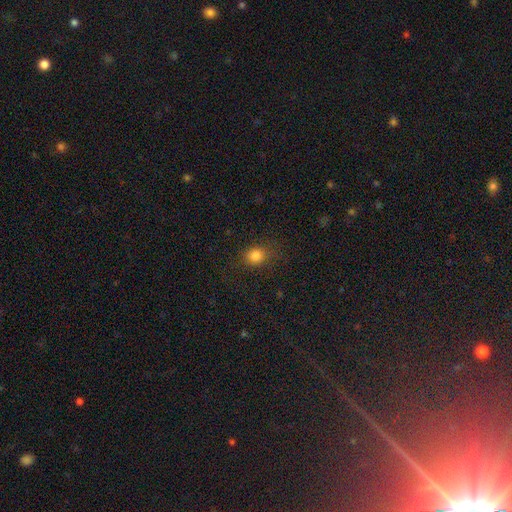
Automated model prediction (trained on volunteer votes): Overall: smooth (81%). How rounded: round (71%). Merging: none (83%).